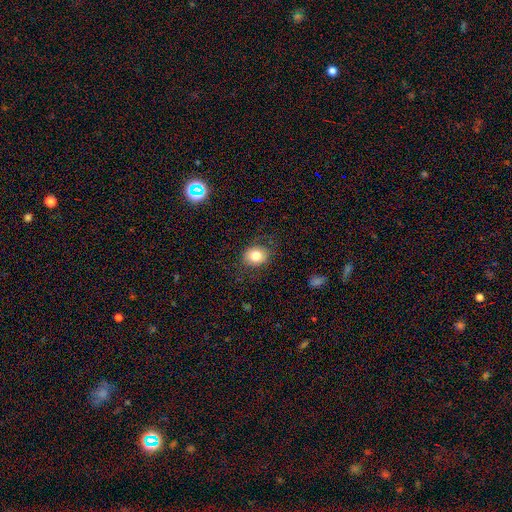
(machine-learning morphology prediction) The model was most divided on "how rounded": round: 61%, in between: 38%, cigar-shaped: 1%. More confident: merging — none (81%); smooth or featured — smooth (80%).